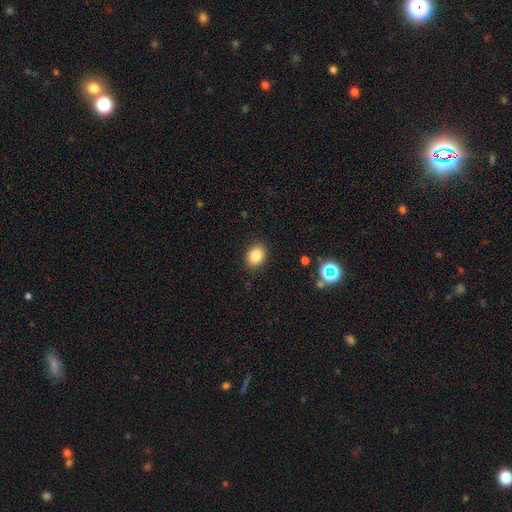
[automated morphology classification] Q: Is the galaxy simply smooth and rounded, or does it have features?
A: smooth — 82%.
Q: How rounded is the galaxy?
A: in between — 59%.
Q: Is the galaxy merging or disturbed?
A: none — 89%.